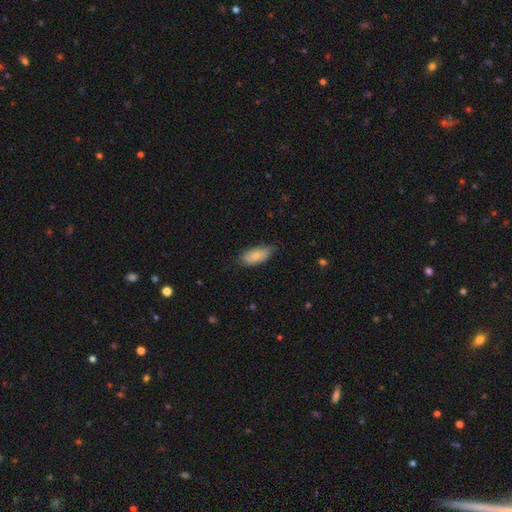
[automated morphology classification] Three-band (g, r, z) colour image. It shows a smooth galaxy with no disk features (82%) that is in between round and cigar-shaped (87%). Merging: none (65%).